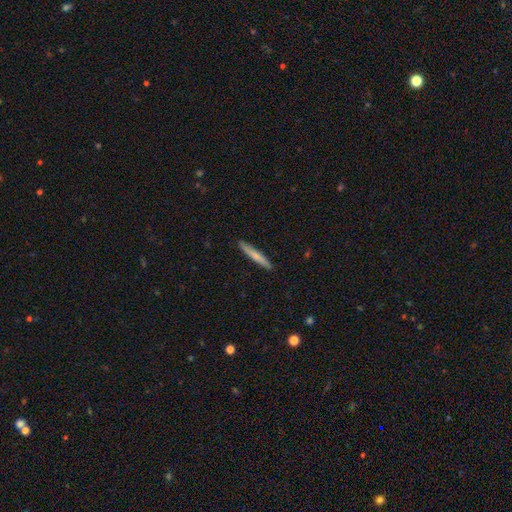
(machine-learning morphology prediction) The model was most divided on "smooth or featured": smooth: 70%, featured or disk: 25%, star or artifact: 5%. More confident: how rounded — cigar-shaped (95%); merging — none (90%).